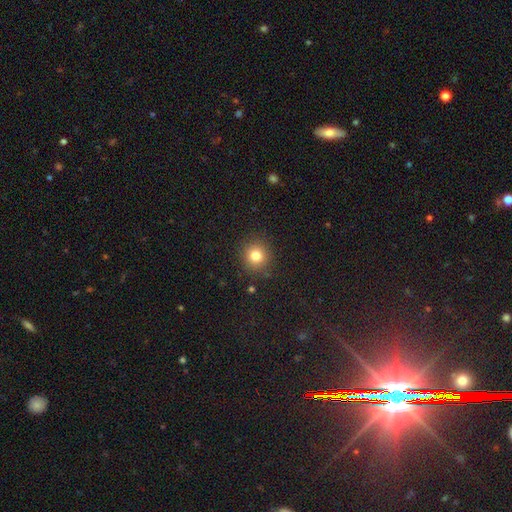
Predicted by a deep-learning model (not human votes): Smooth or featured: smooth — 82% (star or artifact — 12%)
How rounded: round — 91% (in between — 8%)
Merging: none — 89% (minor disturbance — 7%)